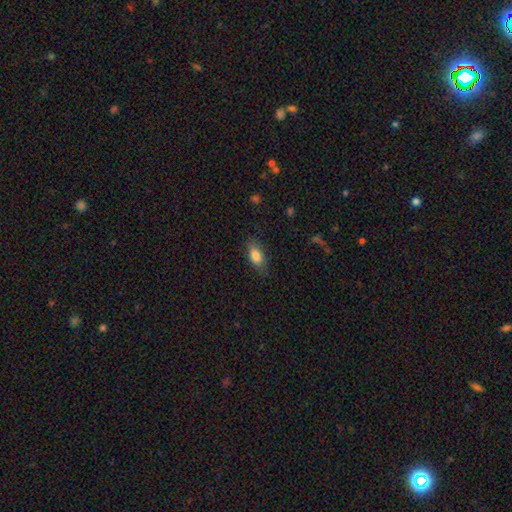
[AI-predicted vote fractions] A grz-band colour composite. It shows a smooth galaxy with no disk features (83%) that is in between round and cigar-shaped (86%). Merging: none (79%).